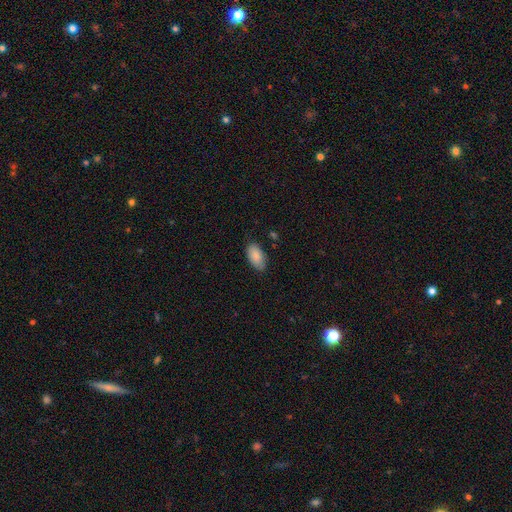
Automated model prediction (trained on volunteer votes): A smooth galaxy with no disk features (86%) that is in between round and cigar-shaped (95%). Merging: none (80%).